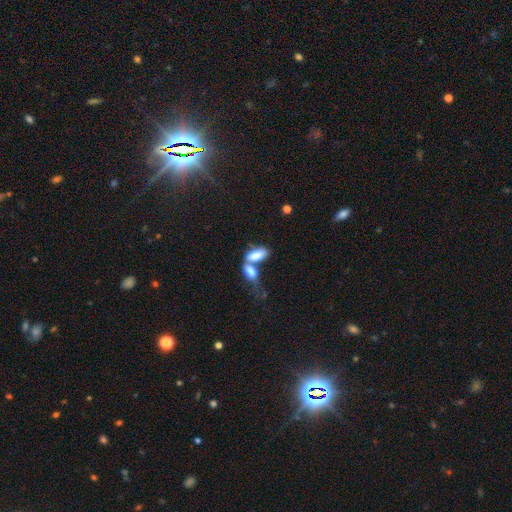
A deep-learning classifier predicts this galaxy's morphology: Smooth or featured: smooth — 77% (featured or disk — 16%)
How rounded: in between — 87% (cigar-shaped — 9%)
Merging: merger — 63% (none — 20%)